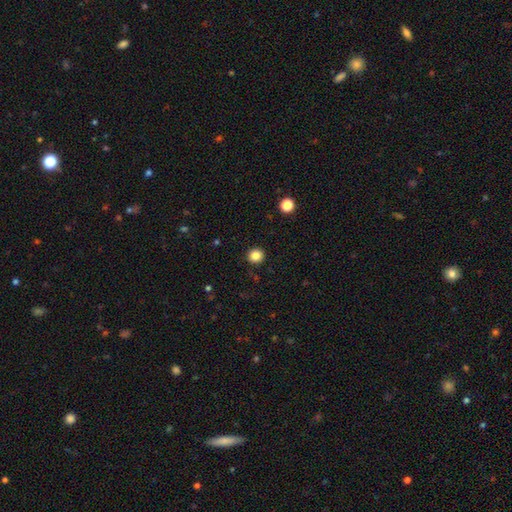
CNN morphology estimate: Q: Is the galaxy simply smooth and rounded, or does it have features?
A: smooth — 84%.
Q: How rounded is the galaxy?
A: round — 92%.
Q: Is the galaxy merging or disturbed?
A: none — 92%.